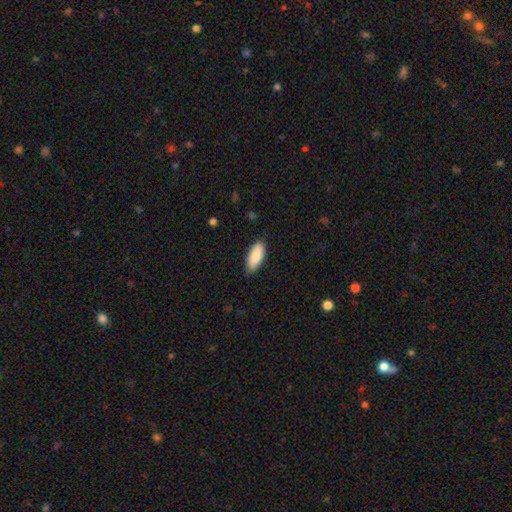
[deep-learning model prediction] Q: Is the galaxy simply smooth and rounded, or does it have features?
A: smooth — 88%.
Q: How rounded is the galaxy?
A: in between — 82%.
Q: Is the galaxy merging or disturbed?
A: none — 87%.